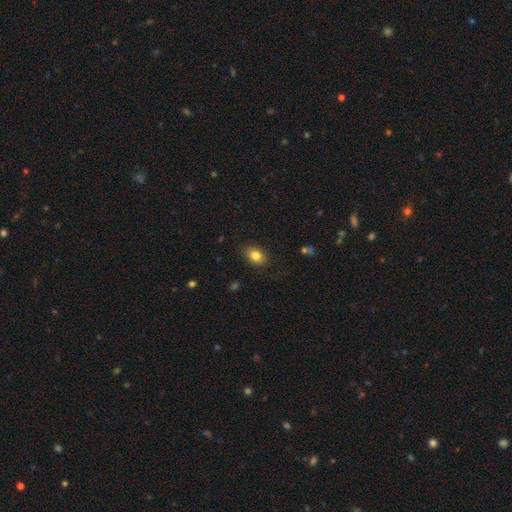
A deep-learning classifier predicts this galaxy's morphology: A smooth galaxy with no disk features (83%) that is in between round and cigar-shaped (70%).

Vote fractions:
- Smooth or featured? smooth: 83% / star or artifact: 10% / featured or disk: 7%
- How rounded? in between: 70% / round: 29% / cigar-shaped: 1%
- Merging? none: 87% / minor disturbance: 10% / major disturbance: 2% / merger: 1%